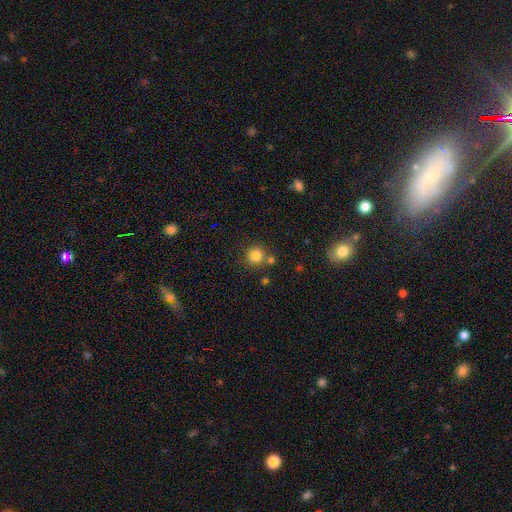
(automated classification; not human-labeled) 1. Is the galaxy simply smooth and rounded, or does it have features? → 82% smooth, 12% star or artifact, 6% featured or disk.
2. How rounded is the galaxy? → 92% round, 7% in between, 1% cigar-shaped.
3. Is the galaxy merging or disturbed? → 75% none, 13% merger, 9% minor disturbance, 3% major disturbance.